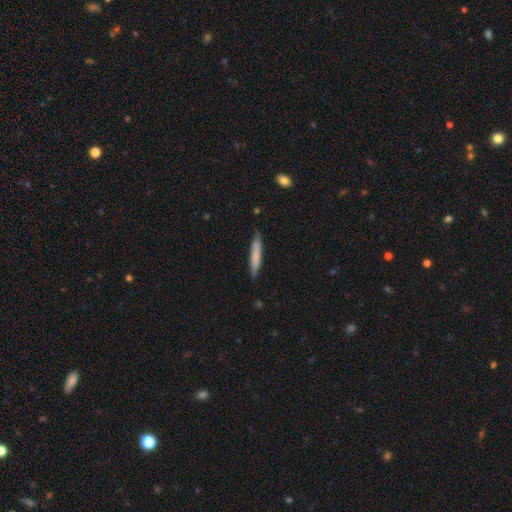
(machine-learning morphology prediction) This appears to be a smooth galaxy with no disk features (72%) that is cigar-shaped (93%). Merging: none (82%).